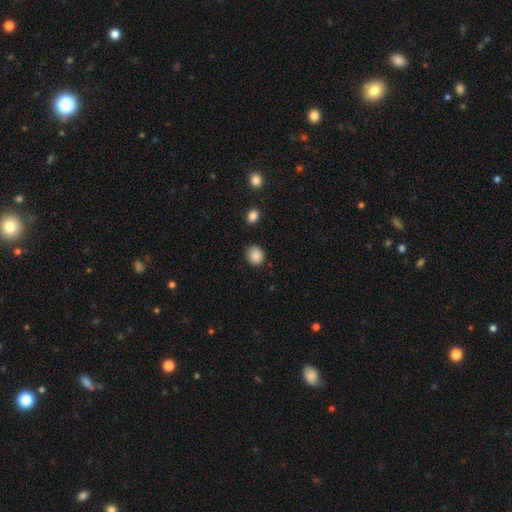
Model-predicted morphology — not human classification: smooth-or-featured: smooth: 88% | star or artifact: 9% | featured or disk: 3%
  how-rounded: round: 73% | in between: 26% | cigar-shaped: 1%
  merging: none: 84% | minor disturbance: 12% | major disturbance: 3% | merger: 2%